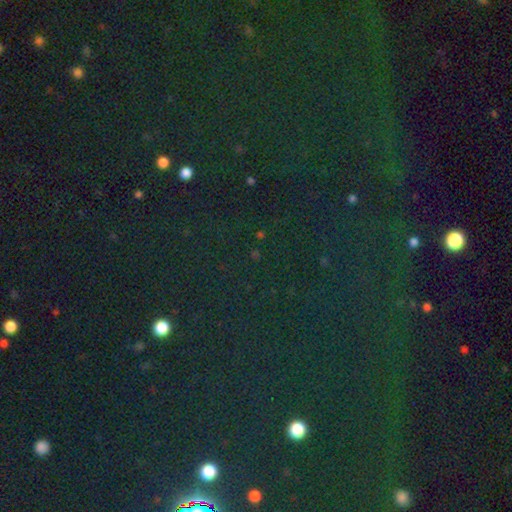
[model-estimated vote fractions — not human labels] smooth-or-featured: star or artifact: 79% | smooth: 13% | featured or disk: 8%